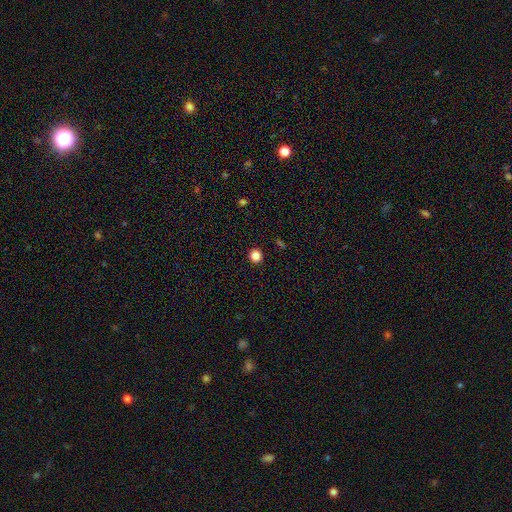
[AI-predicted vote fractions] Overall: smooth (85%). How rounded: round (92%). Merging: none (93%).